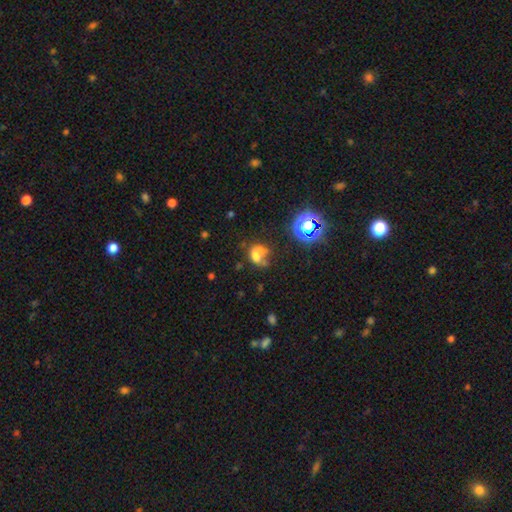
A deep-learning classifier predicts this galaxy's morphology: Q: Smooth or featured?
A: smooth (57%); runner-up: featured or disk (23%)
Q: How rounded?
A: in between (50%); runner-up: round (48%)
Q: Merging?
A: merger (42%); runner-up: none (26%)